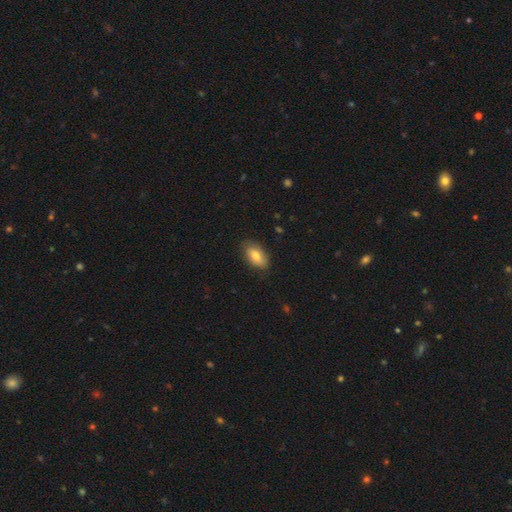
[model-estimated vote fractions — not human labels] This is likely a smooth galaxy (79%). How rounded: clearly in between (92%). Merging: clearly none (80%).